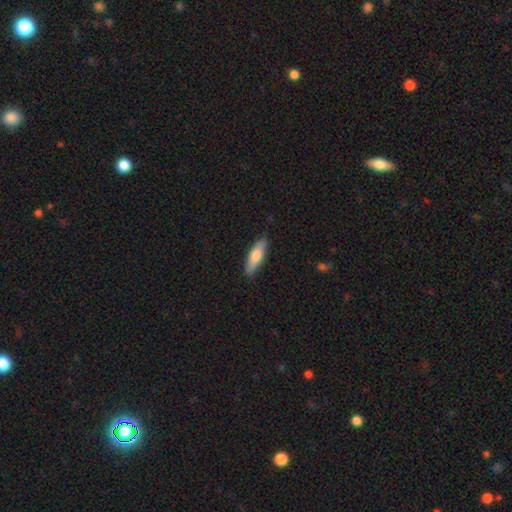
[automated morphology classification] The model was most divided on "how rounded": cigar-shaped: 61%, in between: 37%, round: 2%. More confident: merging — none (87%); smooth or featured — smooth (71%).